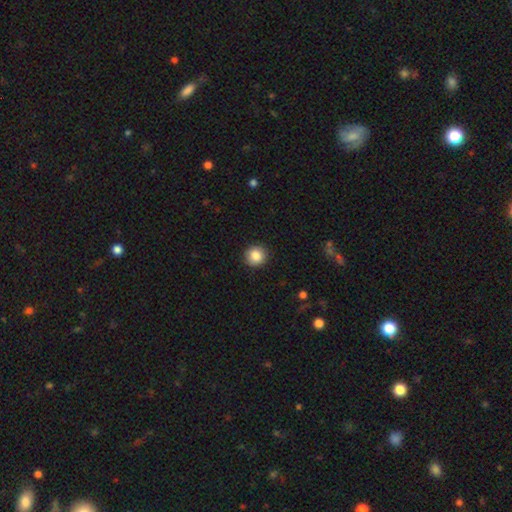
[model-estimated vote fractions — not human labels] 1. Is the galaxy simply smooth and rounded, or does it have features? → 86% smooth, 9% star or artifact, 5% featured or disk.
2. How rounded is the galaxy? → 93% round, 6% in between, 1% cigar-shaped.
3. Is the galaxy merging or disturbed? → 92% none, 5% minor disturbance, 2% major disturbance, 1% merger.